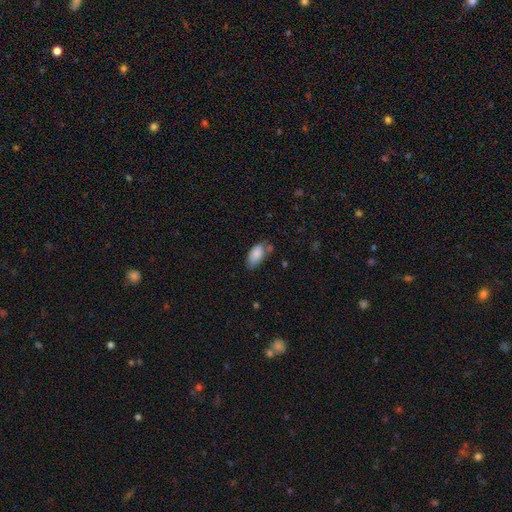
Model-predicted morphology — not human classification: type=smooth (86%); roundness=in between (93%); merging=none (60%).